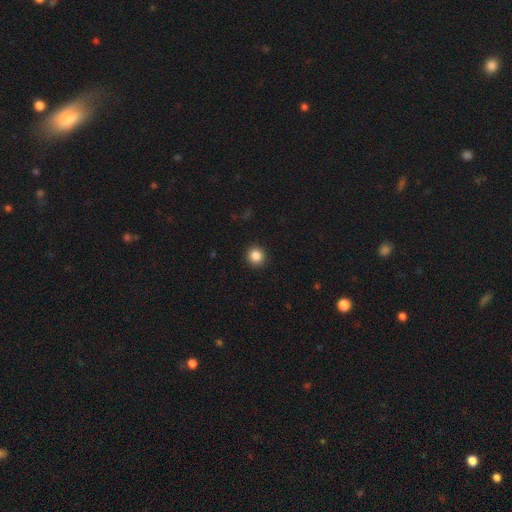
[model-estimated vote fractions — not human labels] Smooth or featured?
  - smooth: 85% *
  - star or artifact: 11%
  - featured or disk: 4%
How rounded?
  - round: 92% *
  - in between: 7%
  - cigar-shaped: 1%
Merging?
  - none: 93% *
  - minor disturbance: 5%
  - major disturbance: 2%
  - merger: 1%